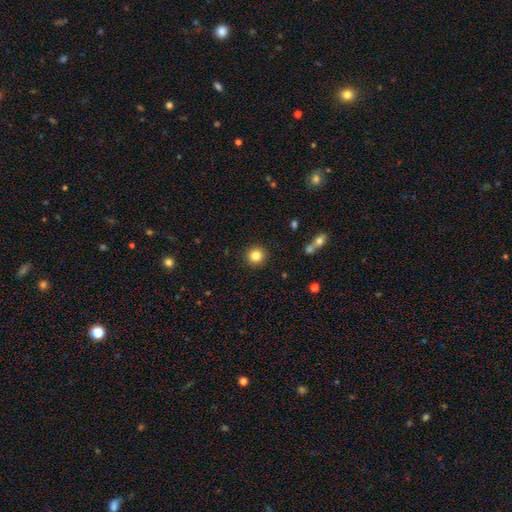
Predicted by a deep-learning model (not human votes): Smooth or featured: smooth — 83% (star or artifact — 11%)
How rounded: round — 94% (in between — 5%)
Merging: none — 91% (minor disturbance — 5%)